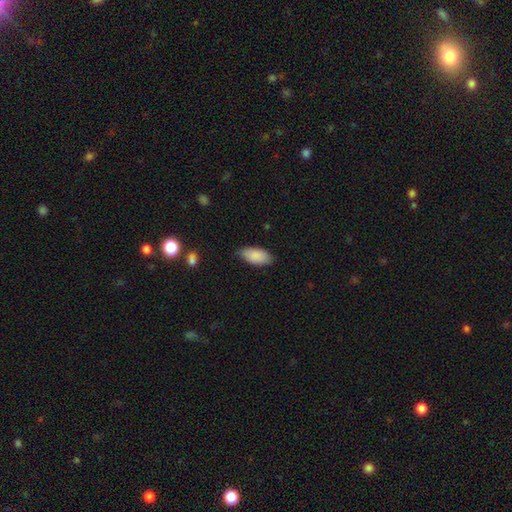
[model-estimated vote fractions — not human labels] This is clearly a smooth galaxy (88%). How rounded: clearly in between (93%). Merging: likely none (78%).